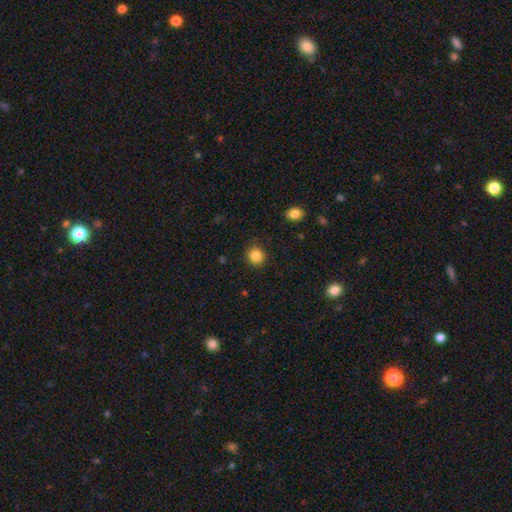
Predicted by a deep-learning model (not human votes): Smooth or featured? Predicted: smooth (p=0.85). How rounded? Predicted: round (p=0.81). Merging? Predicted: none (p=0.87).